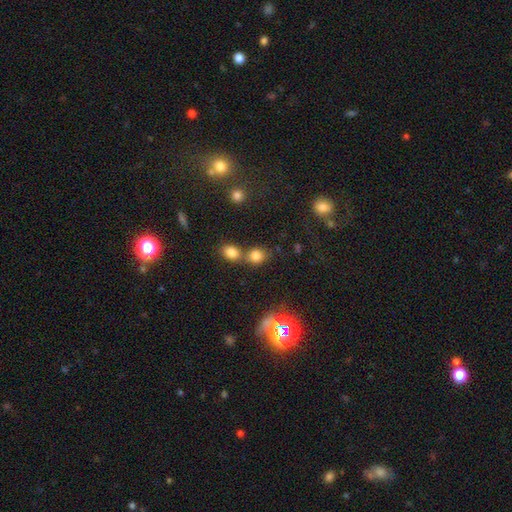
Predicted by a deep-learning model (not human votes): smooth 77%, star or artifact 16%, featured or disk 7%. Down the decision tree: how rounded — round (69%); merging — none (50%).